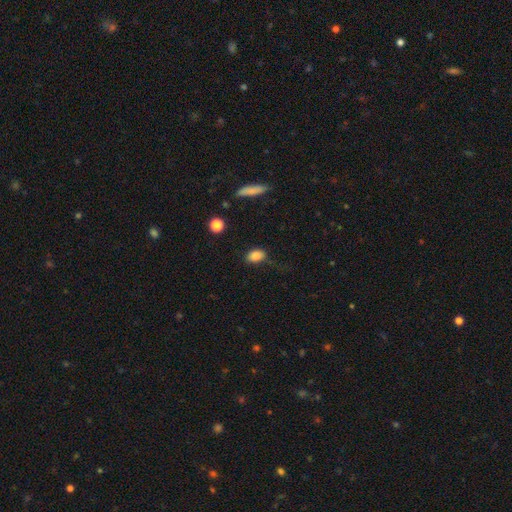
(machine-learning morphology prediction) smooth-or-featured: smooth: 85% | star or artifact: 9% | featured or disk: 6%
  how-rounded: in between: 78% | round: 20% | cigar-shaped: 2%
  merging: none: 74% | minor disturbance: 18% | major disturbance: 6% | merger: 2%